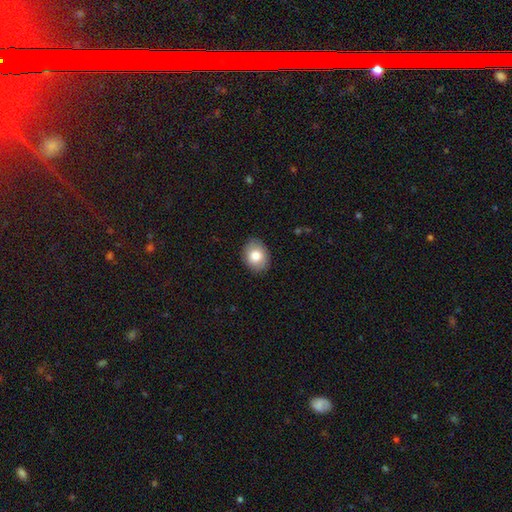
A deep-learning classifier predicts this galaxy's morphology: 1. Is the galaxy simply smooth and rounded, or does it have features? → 81% smooth, 11% featured or disk, 8% star or artifact.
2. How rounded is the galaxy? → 63% in between, 36% round, 1% cigar-shaped.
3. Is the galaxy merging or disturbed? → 86% none, 10% minor disturbance, 2% major disturbance, 1% merger.